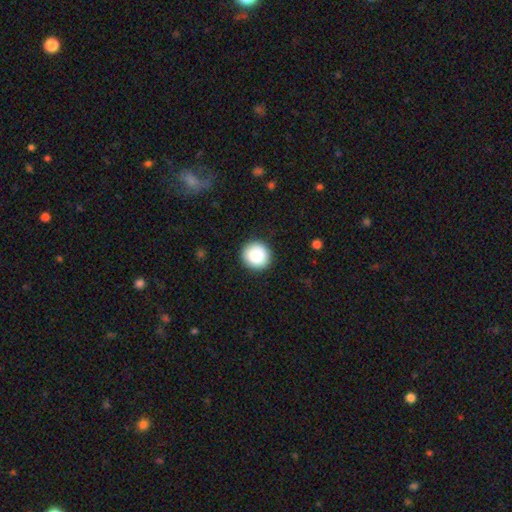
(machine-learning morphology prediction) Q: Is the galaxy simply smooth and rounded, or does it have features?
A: smooth — 88%.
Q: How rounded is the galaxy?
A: round — 92%.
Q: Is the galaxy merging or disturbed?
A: none — 91%.